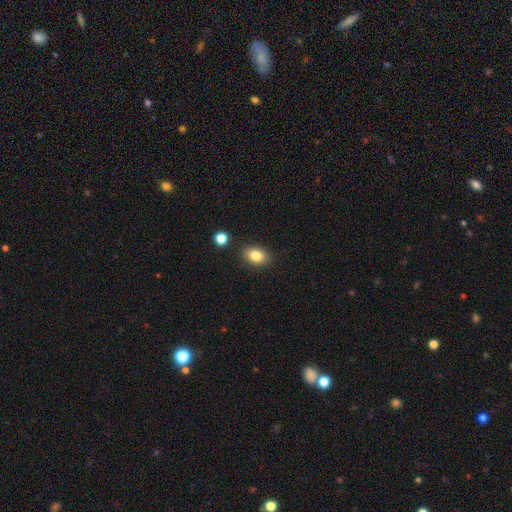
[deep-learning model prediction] smooth 83%, star or artifact 10%, featured or disk 7%. Down the decision tree: how rounded — in between (74%); merging — none (85%).